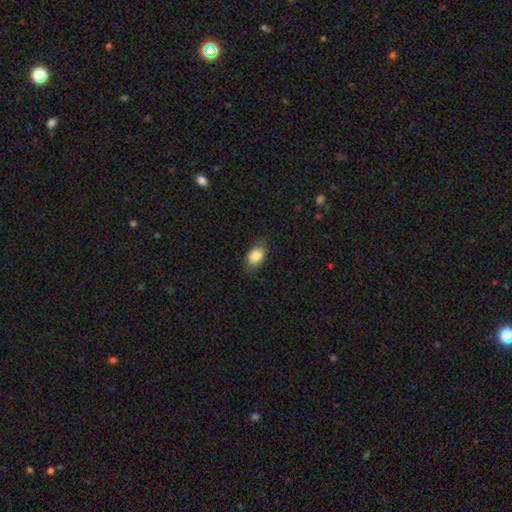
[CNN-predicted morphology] Smooth or featured?
  - smooth: 86% *
  - star or artifact: 8%
  - featured or disk: 7%
How rounded?
  - in between: 81% *
  - round: 18%
  - cigar-shaped: 1%
Merging?
  - none: 77% *
  - minor disturbance: 18%
  - major disturbance: 4%
  - merger: 1%